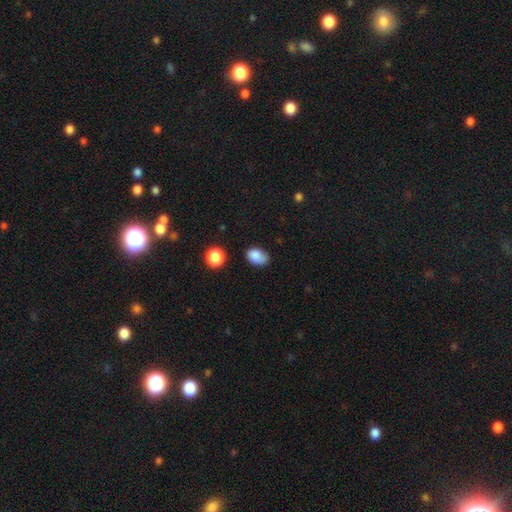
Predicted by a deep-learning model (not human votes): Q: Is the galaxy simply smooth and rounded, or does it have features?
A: smooth — 84%.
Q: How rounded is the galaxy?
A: in between — 81%.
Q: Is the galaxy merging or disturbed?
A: none — 56%.